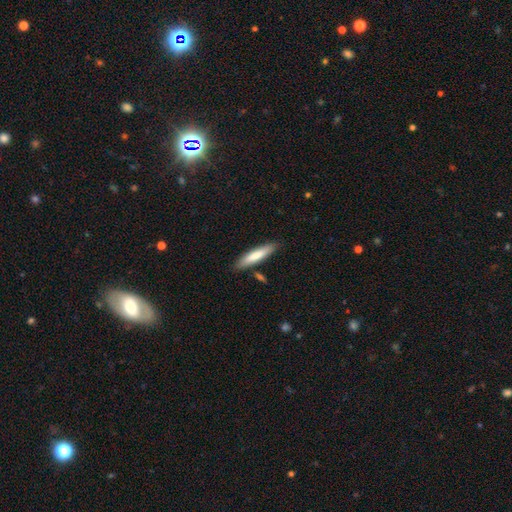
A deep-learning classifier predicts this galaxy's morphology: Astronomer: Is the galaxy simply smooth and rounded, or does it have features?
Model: smooth — 75%.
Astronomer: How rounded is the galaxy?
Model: cigar-shaped — 85%.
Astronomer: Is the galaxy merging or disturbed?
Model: none — 84%.